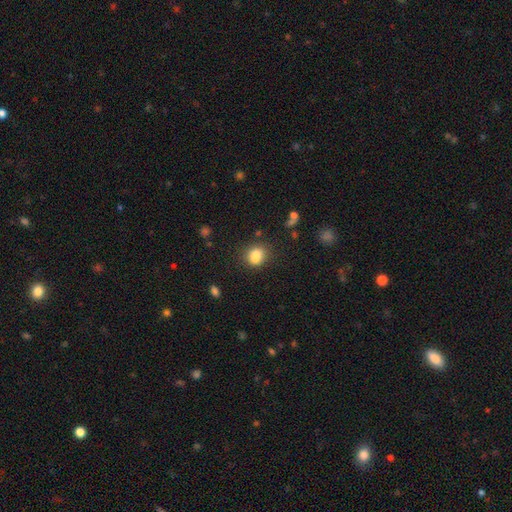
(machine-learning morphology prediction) smooth_or_featured: smooth (p=0.78) [alt: star or artifact p=0.11]
how_rounded: round (p=0.62) [alt: in between p=0.37]
merging: none (p=0.51) [alt: merger p=0.27]